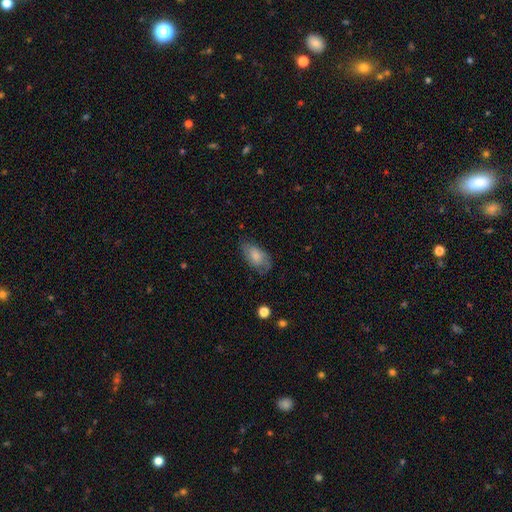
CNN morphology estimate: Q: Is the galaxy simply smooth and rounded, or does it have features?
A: smooth — 65%.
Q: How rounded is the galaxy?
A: in between — 92%.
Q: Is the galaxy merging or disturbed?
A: none — 63%.